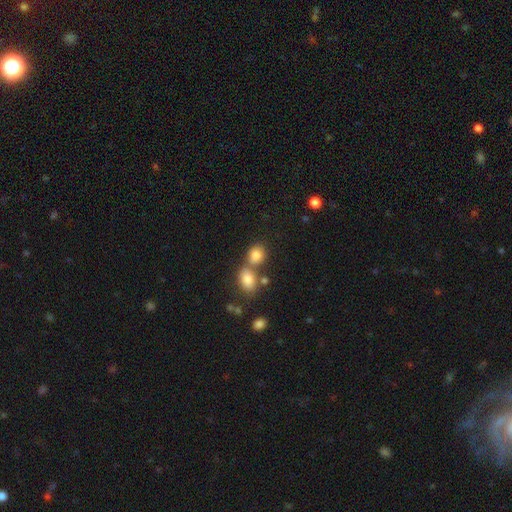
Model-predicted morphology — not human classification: smooth 82%, star or artifact 11%, featured or disk 7%. Down the decision tree: how rounded — round (56%); merging — none (50%).